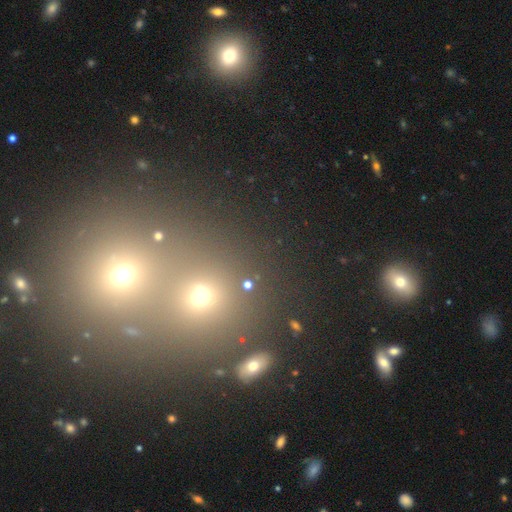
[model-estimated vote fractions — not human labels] Smooth or featured? smooth (47%)
Merging? none (58%)